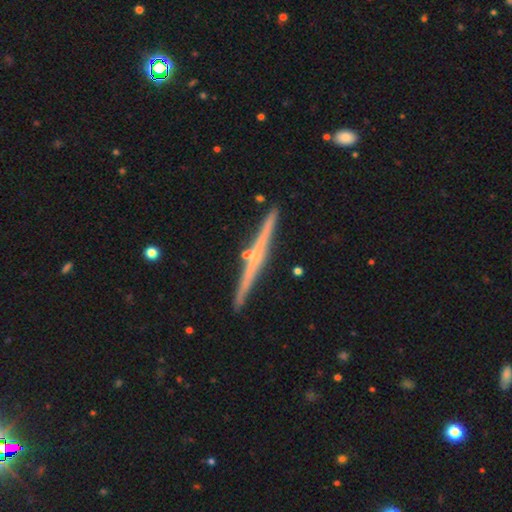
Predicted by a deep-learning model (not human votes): A featured or disk galaxy (71%) viewed edge-on (98%) with no central bulge (65%). Merging: none (89%).